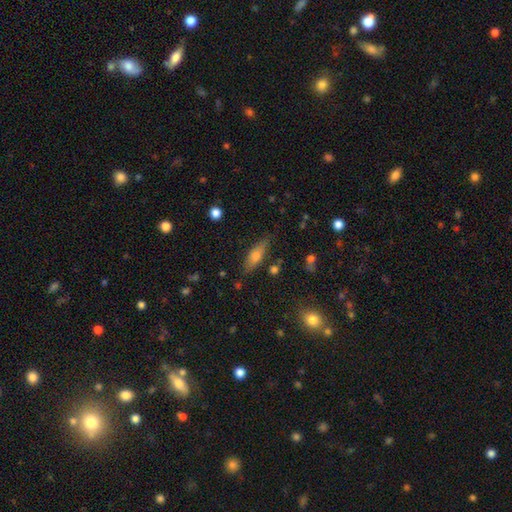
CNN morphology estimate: Q: Smooth or featured?
A: smooth (54%); runner-up: featured or disk (37%)
Q: How rounded?
A: cigar-shaped (48%); tied with: in between (48%)
Q: Merging?
A: none (80%); runner-up: minor disturbance (14%)